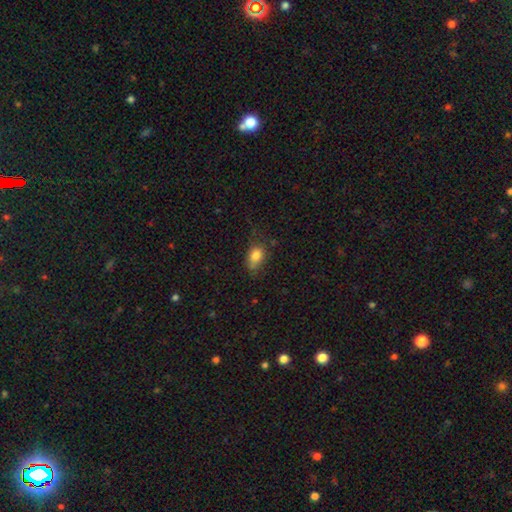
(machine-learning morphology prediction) Smooth or featured? Predicted: smooth (p=0.82). How rounded? Predicted: in between (p=0.81). Merging? Predicted: none (p=0.56).